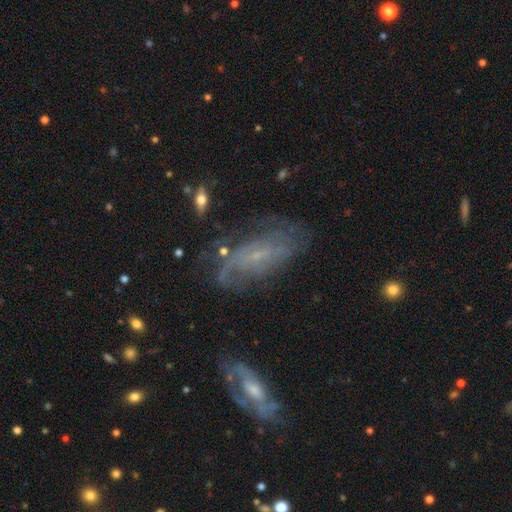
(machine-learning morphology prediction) smooth_or_featured: featured or disk (p=0.65) [alt: smooth p=0.23]
disk_edge_on: no (p=0.88) [alt: yes p=0.12]
bar: no (p=0.58) [alt: weak p=0.34]
has_spiral_arms: yes (p=0.76) [alt: no p=0.24]
bulge_size: small (p=0.73) [alt: moderate p=0.12]
merging: none (p=0.63) [alt: minor disturbance p=0.21]